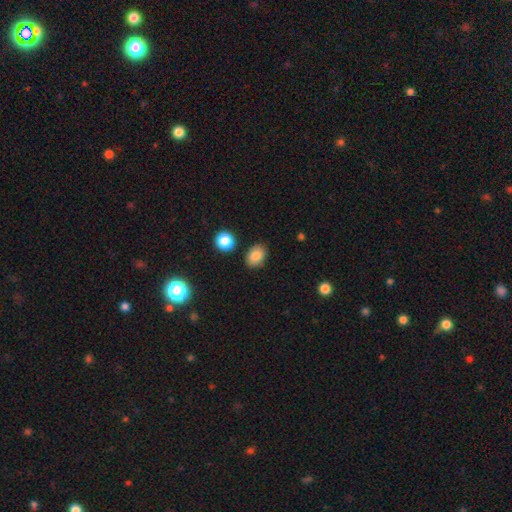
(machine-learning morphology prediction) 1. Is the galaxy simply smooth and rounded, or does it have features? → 83% smooth, 9% star or artifact, 8% featured or disk.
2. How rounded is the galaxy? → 69% in between, 30% round, 1% cigar-shaped.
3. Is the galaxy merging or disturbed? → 85% none, 9% minor disturbance, 3% merger, 2% major disturbance.